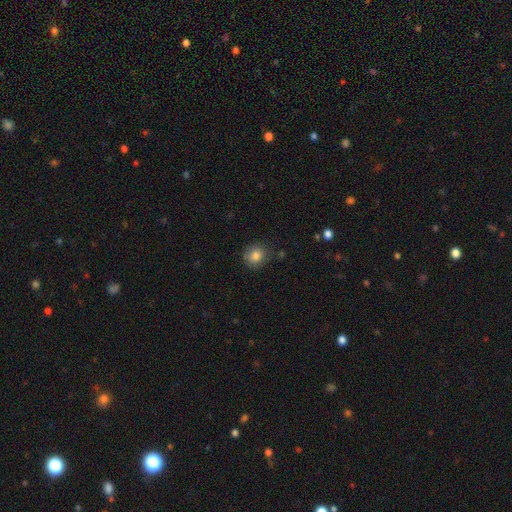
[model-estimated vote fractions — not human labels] A smooth galaxy with no disk features (82%) that is round (84%). Merging: none (78%).